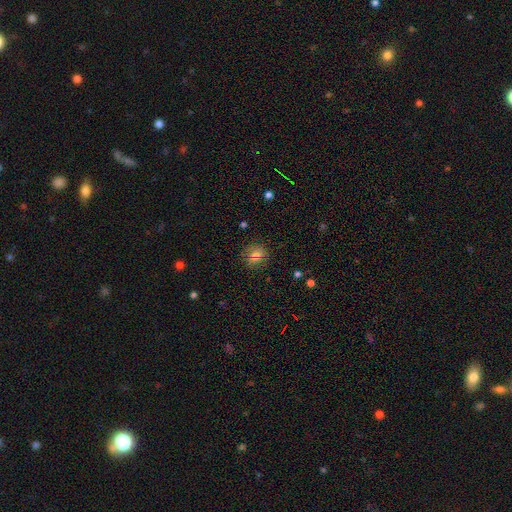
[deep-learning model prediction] A smooth galaxy with no disk features (67%) that is round (82%). Merging: none (82%).